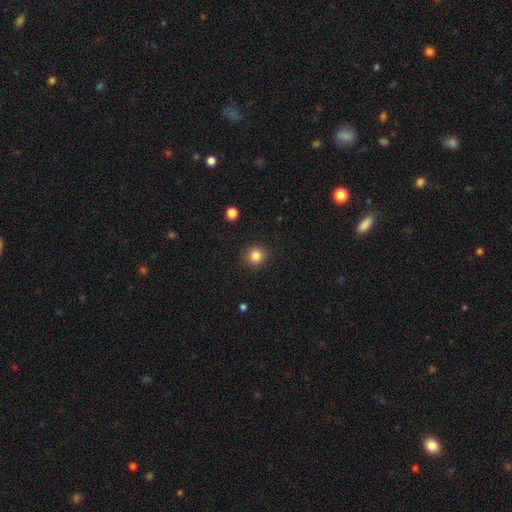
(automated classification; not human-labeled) smooth 85%, star or artifact 11%, featured or disk 4%. Down the decision tree: how rounded — round (89%); merging — none (90%).